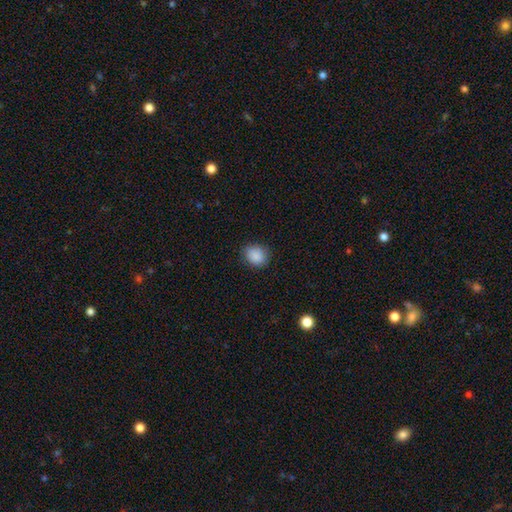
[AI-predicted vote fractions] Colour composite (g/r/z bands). It shows a smooth galaxy with no disk features (89%) that is round (61%). Merging: none (84%).